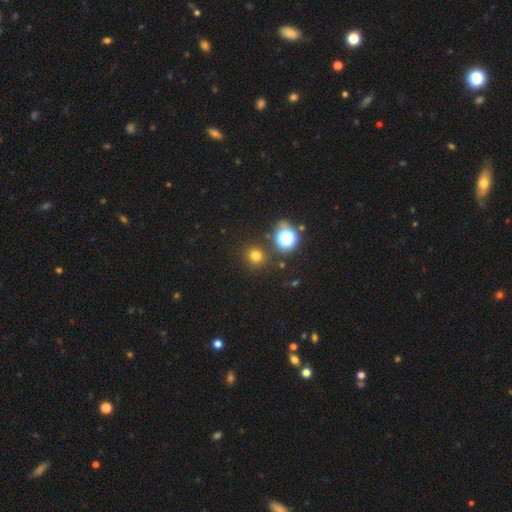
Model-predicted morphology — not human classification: Smooth or featured? smooth (71%)
How rounded? round (93%)
Merging? none (87%)